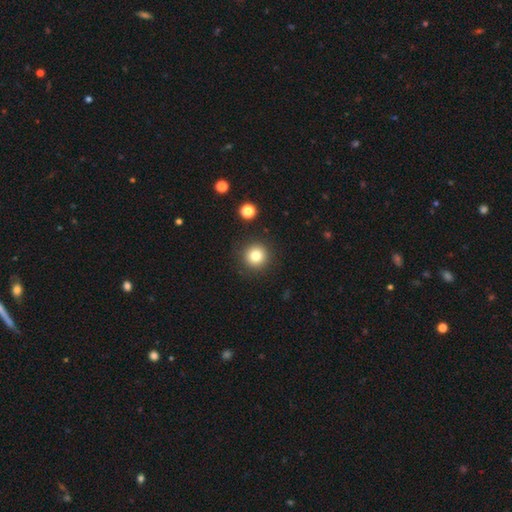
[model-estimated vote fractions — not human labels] The model was most divided on "smooth or featured": smooth: 80%, star or artifact: 12%, featured or disk: 8%. More confident: how rounded — round (95%); merging — none (90%).